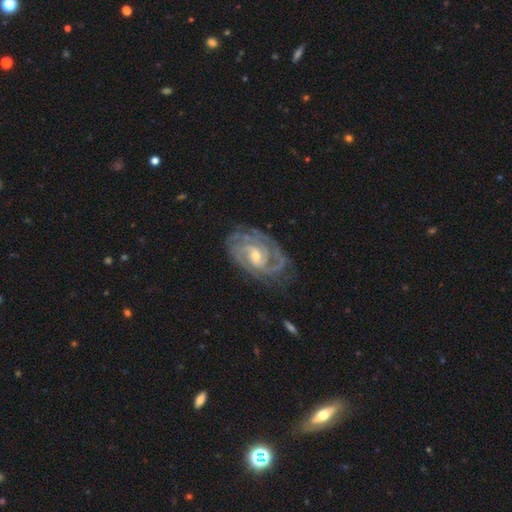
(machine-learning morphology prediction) A featured or disk galaxy (90%) with no bar (46%), 2 (43%) tight (67%) spiral arms (98%) and a moderate central bulge (49%).

Vote fractions:
- Smooth or featured? featured or disk: 90% / star or artifact: 5% / smooth: 5%
- Edge-on disk? no: 97% / yes: 3%
- Bar? no: 46% / weak: 42% / strong: 12%
- Spiral arms? yes: 98% / no: 2%
- Spiral winding? tight: 67% / medium: 28% / loose: 5%
- Spiral arm count? 2: 43% / 3: 22% / can't tell: 18% / 4: 7% / 1: 5% / more than 4: 5%
- Bulge size? moderate: 49% / small: 47% / large: 2% / none: 1% / dominant: 1%
- Merging? none: 75% / minor disturbance: 17% / major disturbance: 6% / merger: 1%